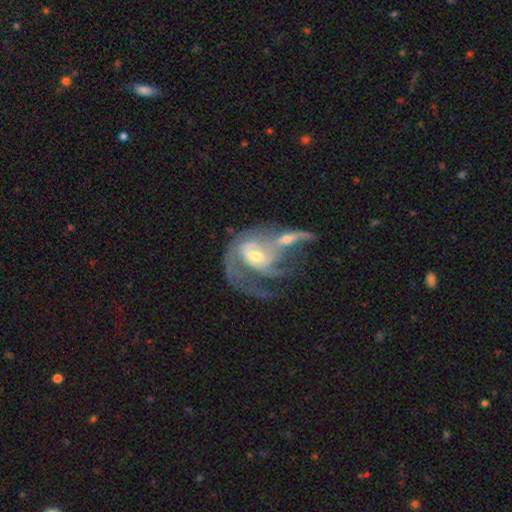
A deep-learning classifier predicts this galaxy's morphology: Smooth or featured? Predicted: featured or disk (p=0.84). Edge-on disk? Predicted: no (p=0.96). Bar? Predicted: weak (p=0.49). Spiral arms? Predicted: yes (p=0.91). Spiral winding? Predicted: medium (p=0.41). Spiral arm count? Predicted: 2 (p=0.41). Bulge size? Predicted: moderate (p=0.56). Merging? Predicted: merger (p=0.53).